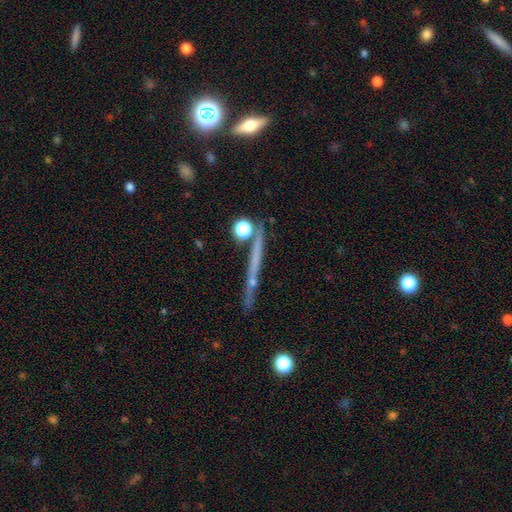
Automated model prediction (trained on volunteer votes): Q: Smooth or featured?
A: featured or disk (55%); runner-up: smooth (33%)
Q: Edge-on disk?
A: yes (95%); runner-up: no (5%)
Q: Edge-on bulge?
A: none (77%); runner-up: rounded (17%)
Q: Merging?
A: none (82%); runner-up: minor disturbance (10%)